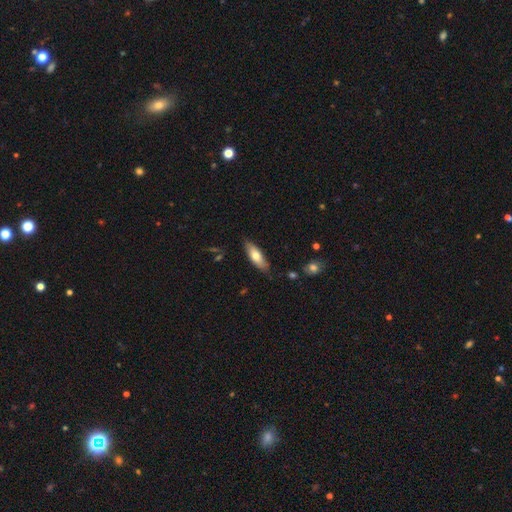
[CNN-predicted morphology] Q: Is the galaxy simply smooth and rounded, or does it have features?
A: smooth — 70%.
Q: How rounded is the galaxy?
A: in between — 60%.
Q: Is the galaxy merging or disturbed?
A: none — 81%.